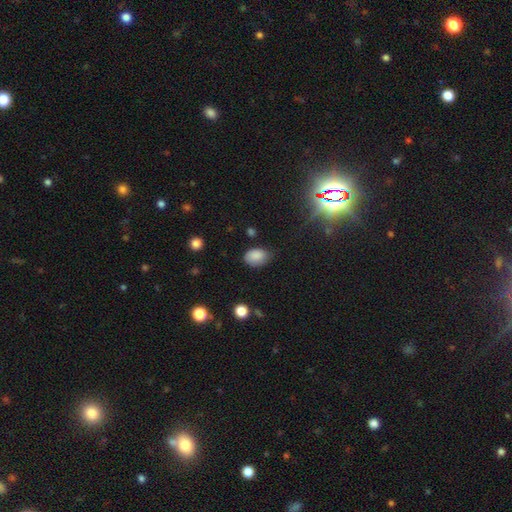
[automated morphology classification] A smooth galaxy with no disk features (84%) that is in between round and cigar-shaped (82%).

Vote fractions:
- Smooth or featured? smooth: 84% / star or artifact: 10% / featured or disk: 6%
- How rounded? in between: 82% / round: 17% / cigar-shaped: 1%
- Merging? none: 64% / minor disturbance: 29% / major disturbance: 6% / merger: 2%